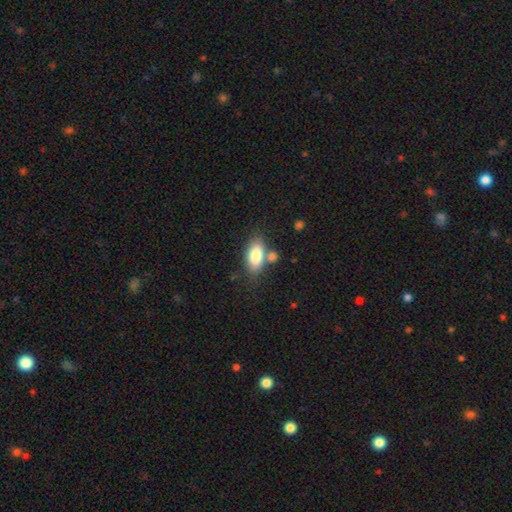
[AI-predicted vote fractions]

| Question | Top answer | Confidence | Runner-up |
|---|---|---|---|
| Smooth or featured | smooth | 81% | featured or disk (12%) |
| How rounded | in between | 88% | cigar-shaped (8%) |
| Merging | none | 62% | merger (18%) |